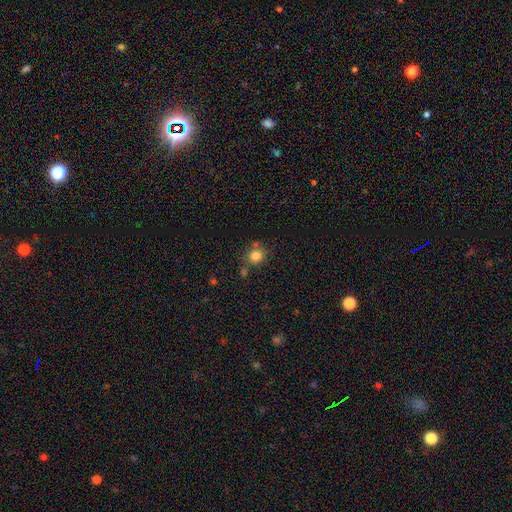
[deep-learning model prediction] smooth-or-featured: smooth: 82% | star or artifact: 12% | featured or disk: 6%
  how-rounded: round: 82% | in between: 17% | cigar-shaped: 1%
  merging: none: 68% | minor disturbance: 14% | merger: 14% | major disturbance: 5%